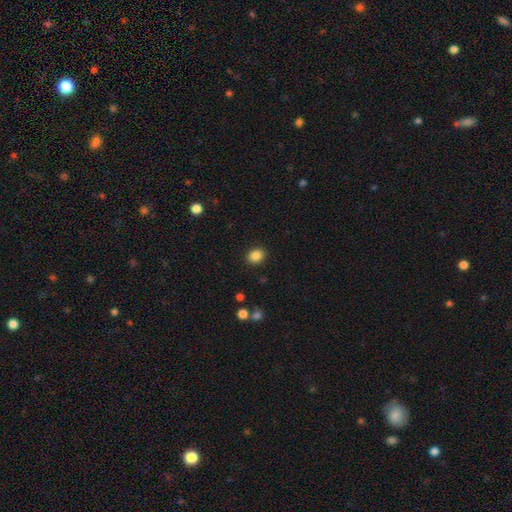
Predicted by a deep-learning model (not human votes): Smooth or featured: smooth — 86% (star or artifact — 10%)
How rounded: round — 51% (in between — 48%)
Merging: none — 89% (minor disturbance — 7%)